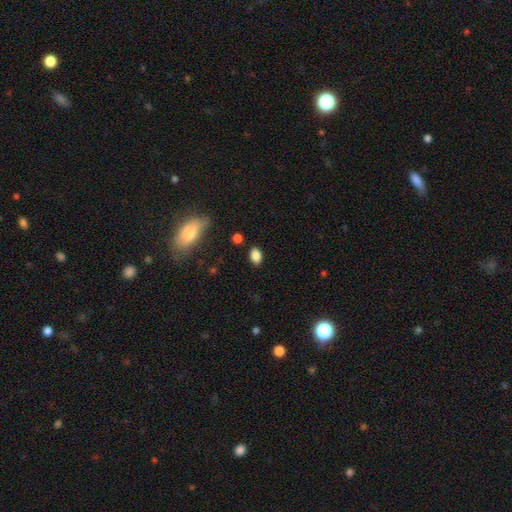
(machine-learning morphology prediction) Smooth or featured: smooth — 86% (star or artifact — 9%)
How rounded: in between — 86% (round — 12%)
Merging: none — 85% (minor disturbance — 10%)